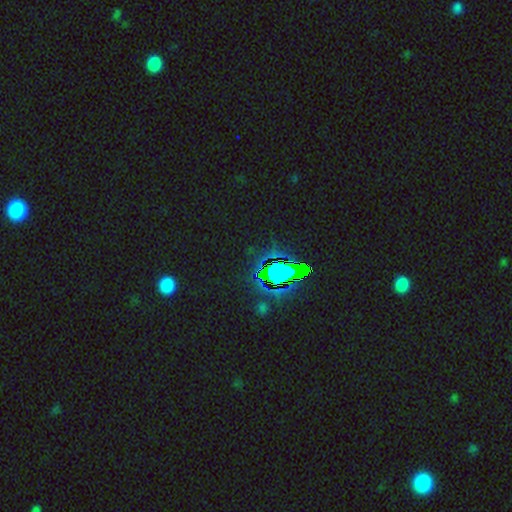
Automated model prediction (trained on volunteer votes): A star or artifact, not a galaxy (80%).